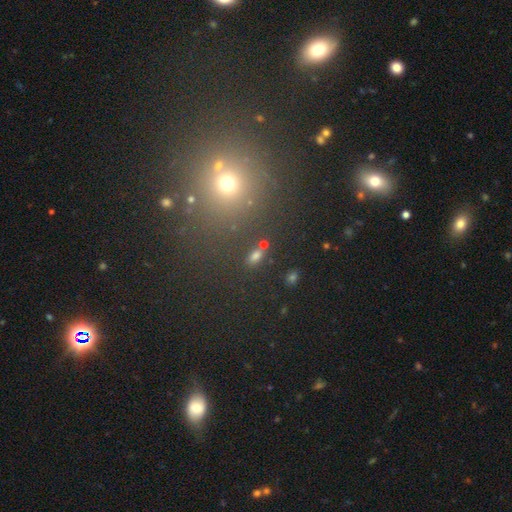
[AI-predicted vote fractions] smooth-or-featured: smooth: 55% | star or artifact: 35% | featured or disk: 10%
  how-rounded: round: 54% | in between: 41% | cigar-shaped: 5%
  merging: none: 80% | minor disturbance: 8% | merger: 7% | major disturbance: 4%